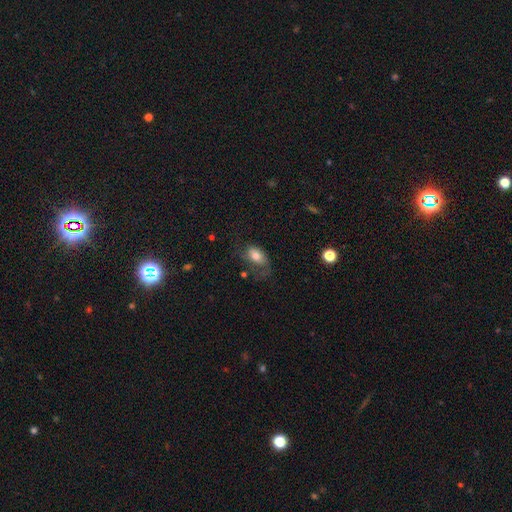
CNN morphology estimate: A smooth galaxy with no disk features (71%) that is in between round and cigar-shaped (89%). Merging: major disturbance (36%).